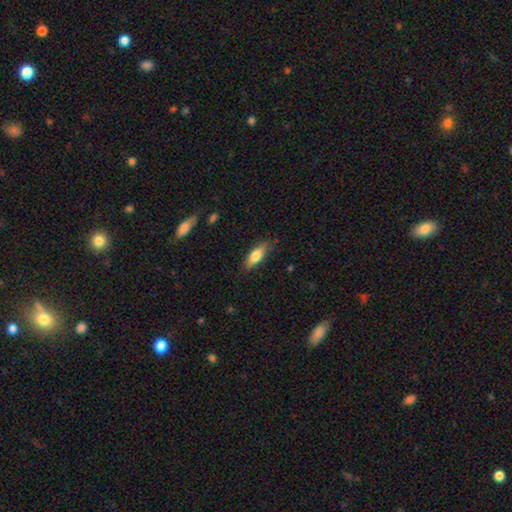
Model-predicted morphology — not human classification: Smooth or featured: smooth — 72% (featured or disk — 22%)
How rounded: in between — 65% (cigar-shaped — 33%)
Merging: none — 82% (minor disturbance — 14%)